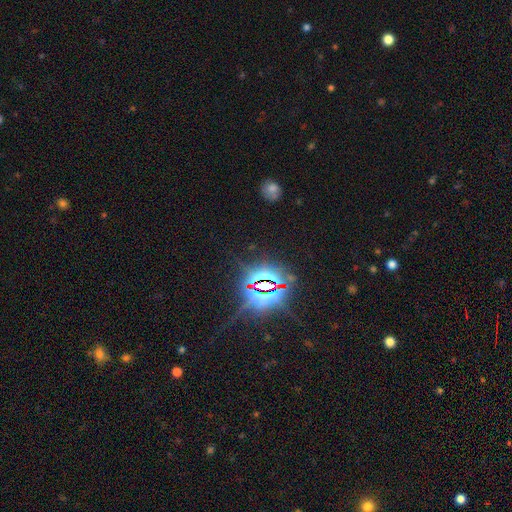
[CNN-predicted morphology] A star or artifact, not a galaxy (84%).